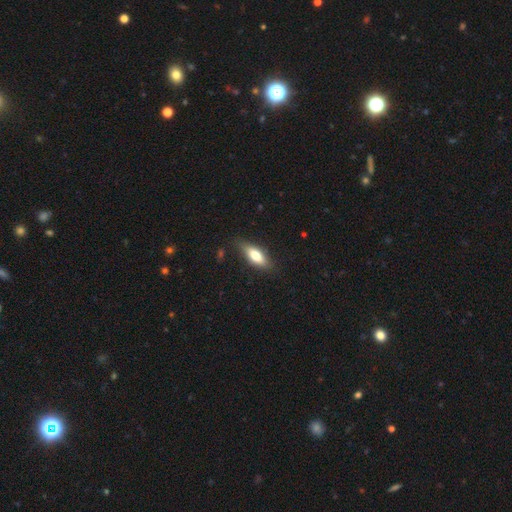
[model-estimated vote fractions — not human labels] Morphology: type=smooth (70%); roundness=in between (70%); merging=none (80%).